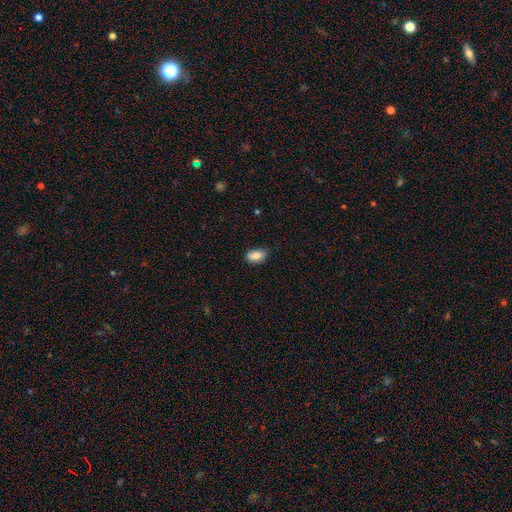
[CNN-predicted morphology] This appears to be a smooth galaxy with no disk features (87%) that is in between round and cigar-shaped (91%). Merging: none (79%).